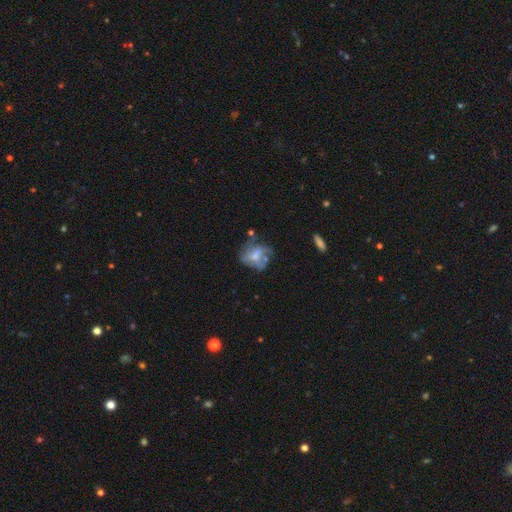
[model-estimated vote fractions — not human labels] Overall: featured or disk (51%; smooth 38%). Edge-on disk: no (96%). Merging: none (41%; major disturbance 25%).